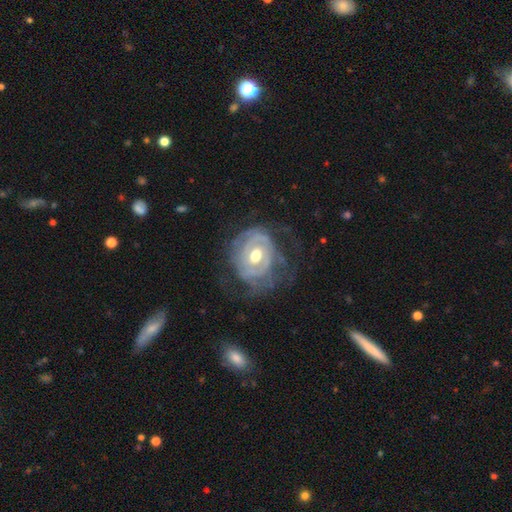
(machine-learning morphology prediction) Q: Smooth or featured?
A: featured or disk (81%); runner-up: smooth (13%)
Q: Edge-on disk?
A: no (97%); runner-up: yes (3%)
Q: Bar?
A: no (58%); runner-up: weak (32%)
Q: Spiral arms?
A: yes (78%); runner-up: no (22%)
Q: Spiral winding?
A: tight (62%); runner-up: medium (25%)
Q: Spiral arm count?
A: can't tell (45%); runner-up: 2 (28%)
Q: Bulge size?
A: moderate (75%); runner-up: small (12%)
Q: Merging?
A: none (56%); runner-up: minor disturbance (22%)